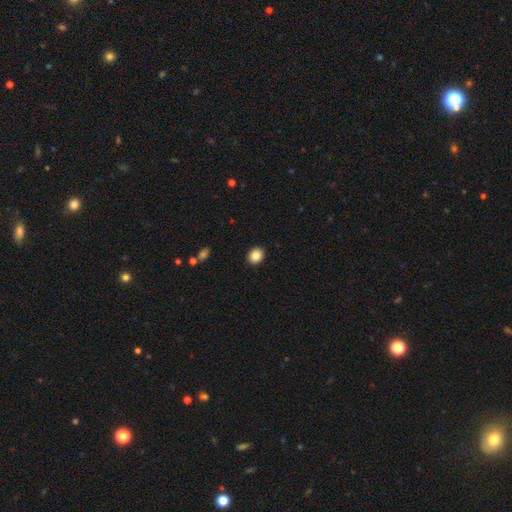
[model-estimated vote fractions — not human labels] This appears to be a smooth galaxy with no disk features (85%) that is round (71%). Merging: none (92%).